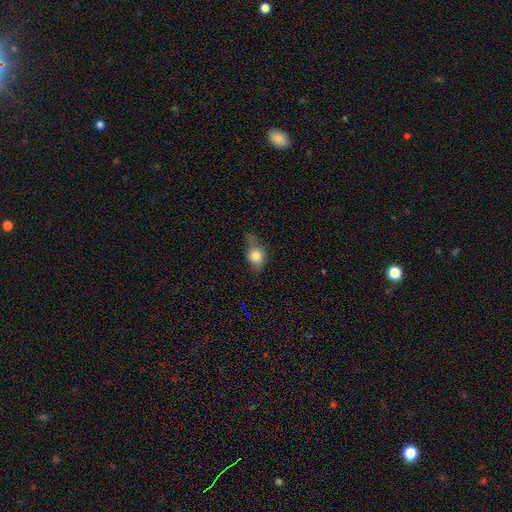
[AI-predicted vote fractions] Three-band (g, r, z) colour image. It shows a smooth galaxy with no disk features (71%) that is in between round and cigar-shaped (53%). Merging: none (45%).